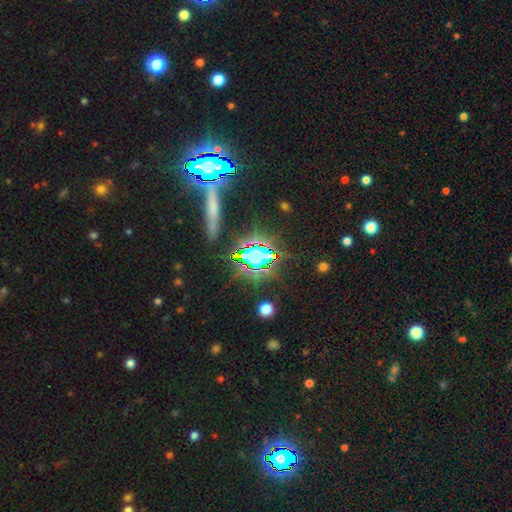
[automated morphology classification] Overall: star or artifact (63%; smooth 24%).